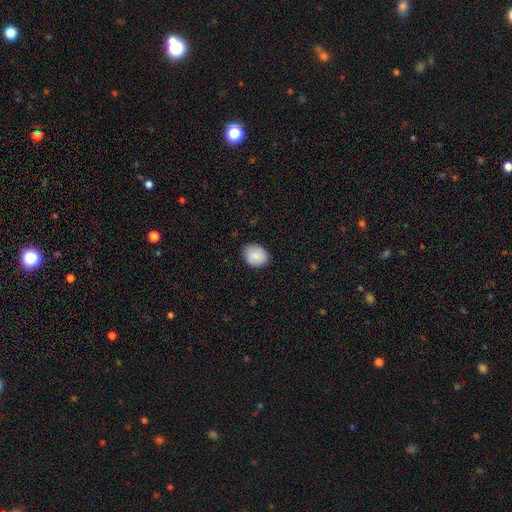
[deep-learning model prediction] A smooth galaxy with no disk features (85%) that is round (55%). Merging: none (82%).